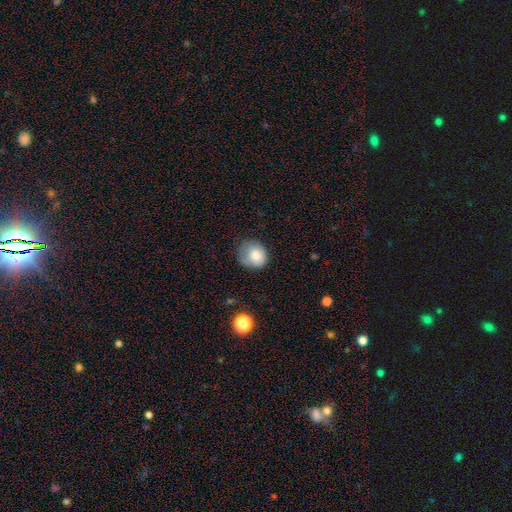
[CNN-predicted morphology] A smooth galaxy with no disk features (79%) that is round (75%).

Vote fractions:
- Smooth or featured? smooth: 79% / featured or disk: 12% / star or artifact: 9%
- How rounded? round: 75% / in between: 24% / cigar-shaped: 1%
- Merging? none: 57% / minor disturbance: 31% / major disturbance: 11% / merger: 2%